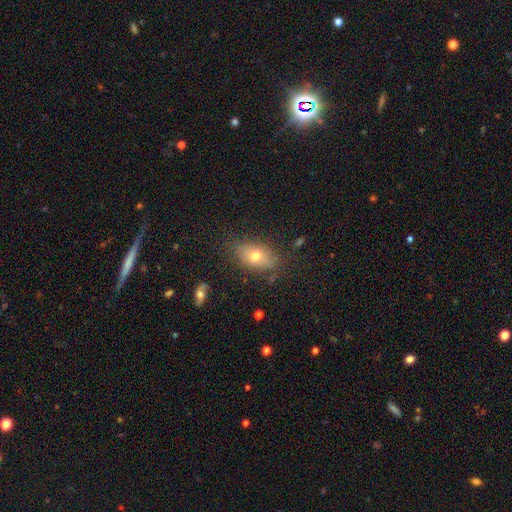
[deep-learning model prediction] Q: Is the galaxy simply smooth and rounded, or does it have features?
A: smooth — 68%.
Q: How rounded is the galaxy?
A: in between — 85%.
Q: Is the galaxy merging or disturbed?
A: none — 79%.